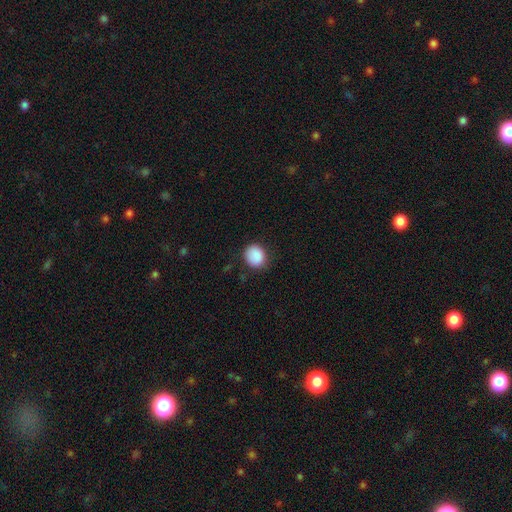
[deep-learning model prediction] This appears to be a smooth galaxy with no disk features (88%) that is round (69%). Merging: none (80%).